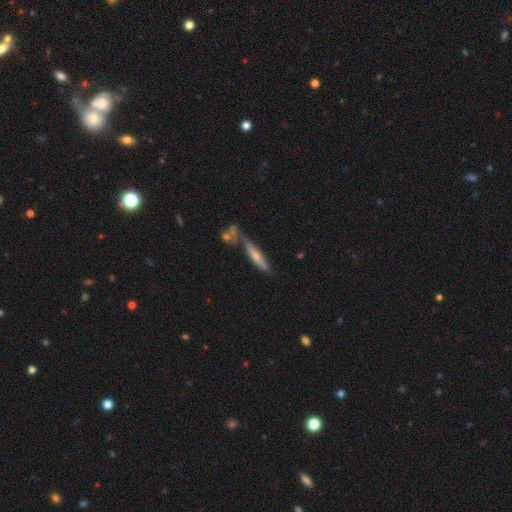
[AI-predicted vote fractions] A featured or disk galaxy (48%).

Vote fractions:
- Smooth or featured? featured or disk: 48% / smooth: 43% / star or artifact: 9%
- Merging? none: 64% / merger: 17% / minor disturbance: 14% / major disturbance: 5%